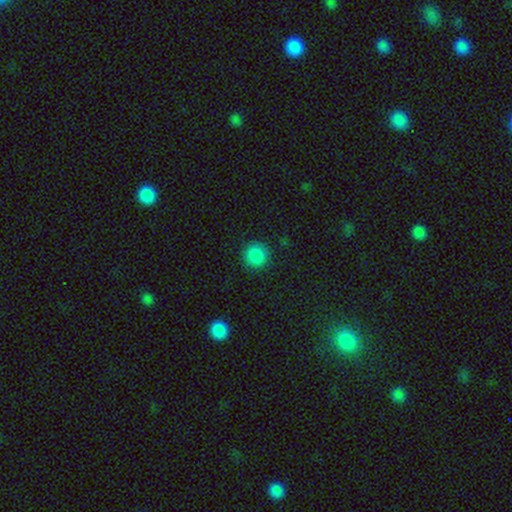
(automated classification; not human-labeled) Smooth or featured? Predicted: smooth (p=0.87). How rounded? Predicted: round (p=0.93). Merging? Predicted: none (p=0.90).